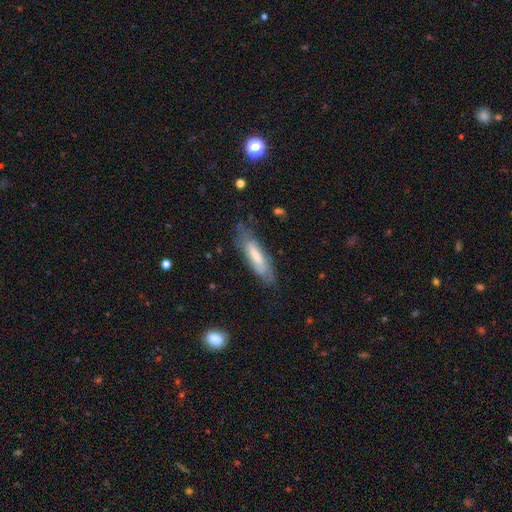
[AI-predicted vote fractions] Overall: smooth (54%; featured or disk 39%). How rounded: cigar-shaped (68%; in between 30%). Merging: none (74%).